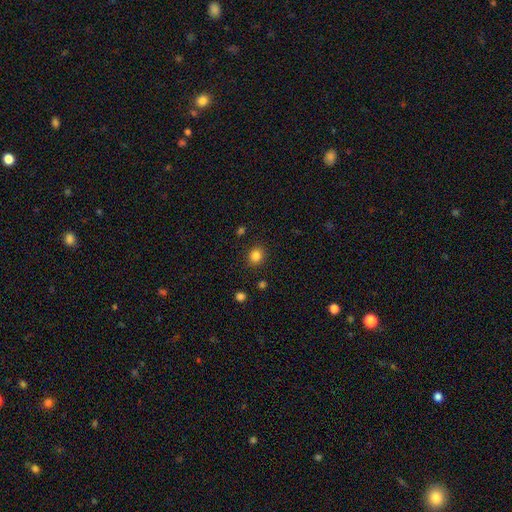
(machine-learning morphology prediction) smooth-or-featured: smooth: 84% | star or artifact: 12% | featured or disk: 4%
  how-rounded: round: 80% | in between: 19% | cigar-shaped: 1%
  merging: none: 89% | minor disturbance: 7% | major disturbance: 2% | merger: 2%